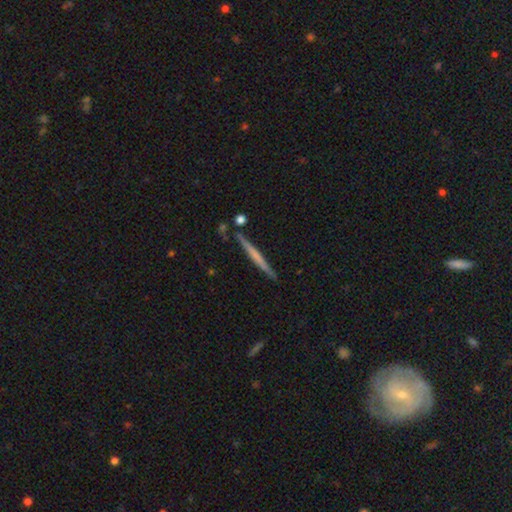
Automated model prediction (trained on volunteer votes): smooth-or-featured: featured or disk: 51% | smooth: 43% | star or artifact: 5%
  disk-edge-on: yes: 97% | no: 3%
  merging: none: 86% | minor disturbance: 9% | merger: 3% | major disturbance: 2%